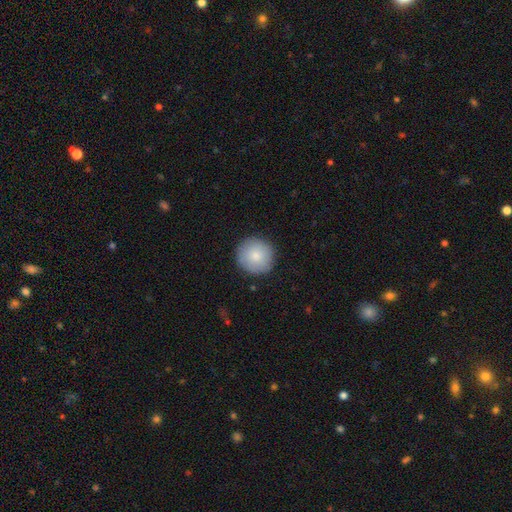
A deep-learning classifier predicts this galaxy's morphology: A smooth galaxy with no disk features (83%) that is round (95%). Merging: none (90%).